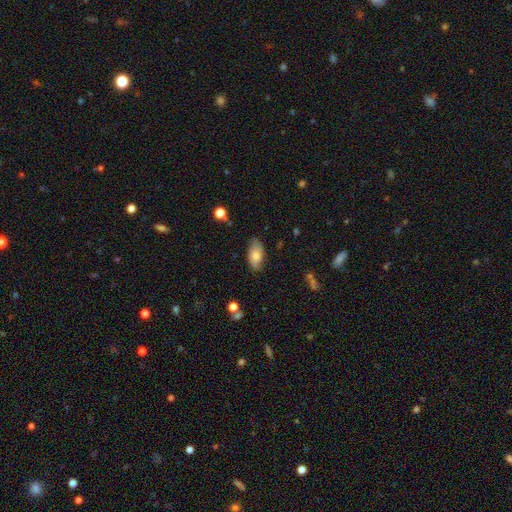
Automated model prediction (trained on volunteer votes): A smooth galaxy with no disk features (76%) that is in between round and cigar-shaped (92%).

Vote fractions:
- Smooth or featured? smooth: 76% / featured or disk: 17% / star or artifact: 7%
- How rounded? in between: 92% / cigar-shaped: 5% / round: 3%
- Merging? none: 76% / minor disturbance: 19% / major disturbance: 4% / merger: 2%